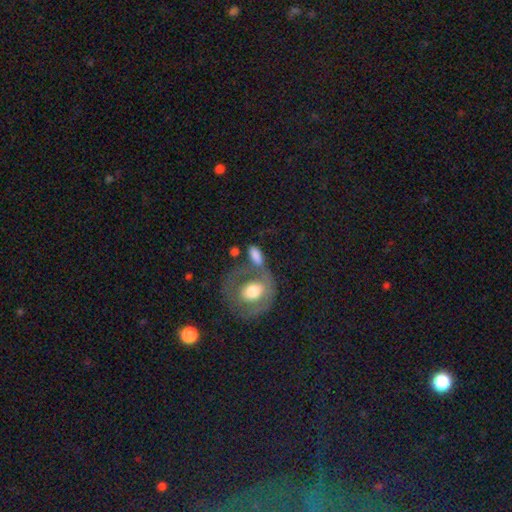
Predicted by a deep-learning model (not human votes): The model was most divided on "merging": none: 40%, merger: 30%, minor disturbance: 16%, major disturbance: 13%. More confident: how rounded — in between (78%); smooth or featured — smooth (69%).